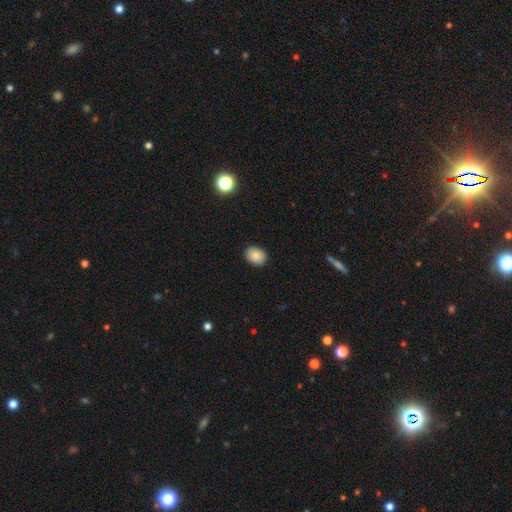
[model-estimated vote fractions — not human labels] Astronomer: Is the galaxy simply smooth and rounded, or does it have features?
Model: smooth — 85%.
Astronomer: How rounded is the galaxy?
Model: in between — 56% (runner-up: round, 43%).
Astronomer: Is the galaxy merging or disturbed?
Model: none — 89%.